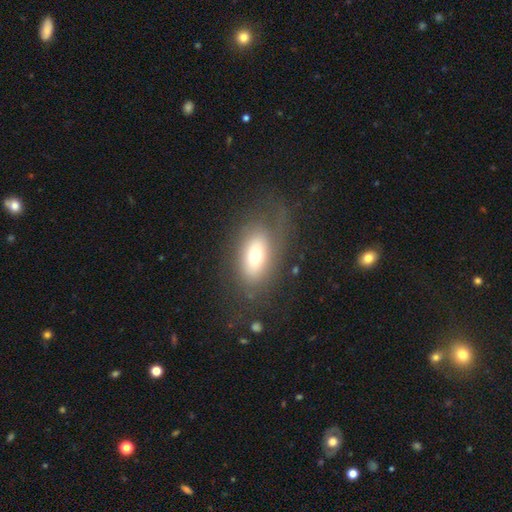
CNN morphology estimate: Overall: smooth (58%; featured or disk 32%). How rounded: in between (85%). Merging: none (59%; major disturbance 20%).